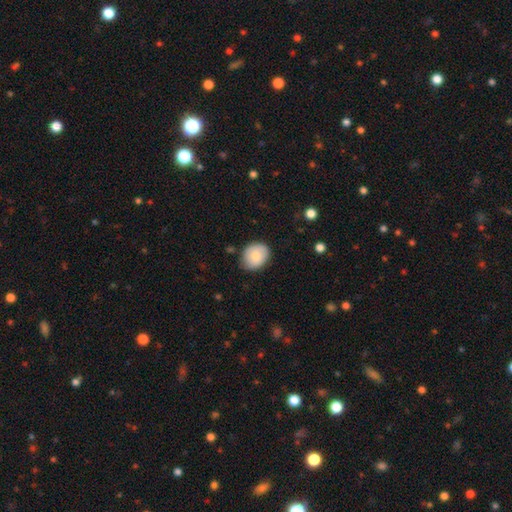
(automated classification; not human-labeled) Morphology: type=smooth (78%); roundness=round (52%); merging=none (78%).